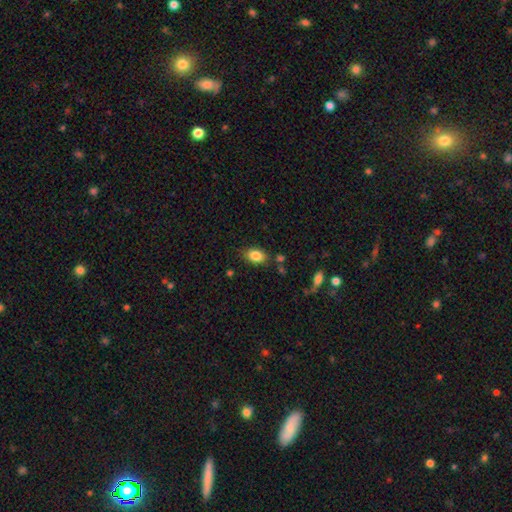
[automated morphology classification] A smooth galaxy with no disk features (85%) that is in between round and cigar-shaped (85%).

Vote fractions:
- Smooth or featured? smooth: 85% / star or artifact: 8% / featured or disk: 7%
- How rounded? in between: 85% / round: 13% / cigar-shaped: 2%
- Merging? none: 79% / minor disturbance: 14% / merger: 4% / major disturbance: 3%